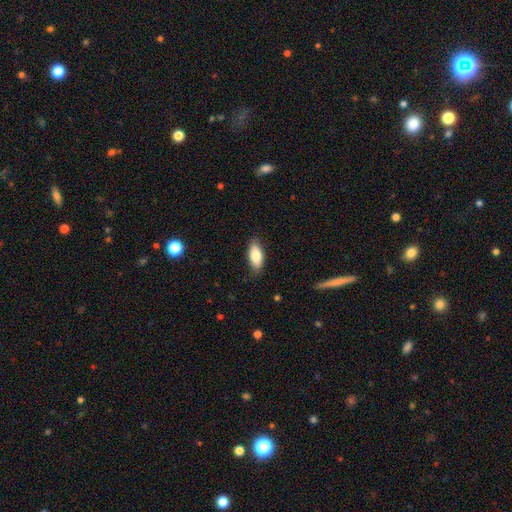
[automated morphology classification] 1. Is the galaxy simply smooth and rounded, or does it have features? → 81% smooth, 13% featured or disk, 7% star or artifact.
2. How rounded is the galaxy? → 87% in between, 10% cigar-shaped, 3% round.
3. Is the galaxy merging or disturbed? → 83% none, 14% minor disturbance, 3% major disturbance, 1% merger.